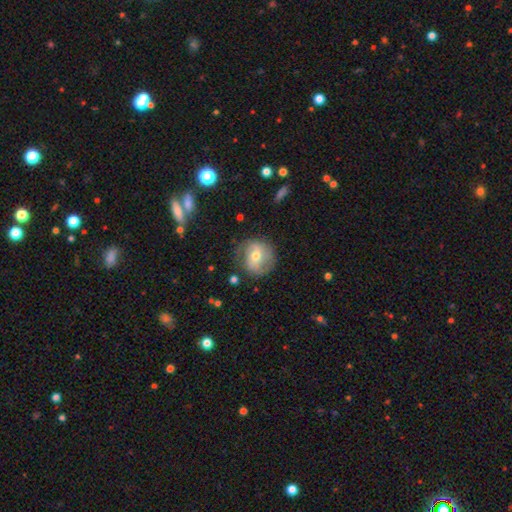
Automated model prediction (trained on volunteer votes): The model was most divided on "smooth or featured": featured or disk: 50%, smooth: 42%, star or artifact: 7%. More confident: edge-on disk — no (95%); merging — none (70%).